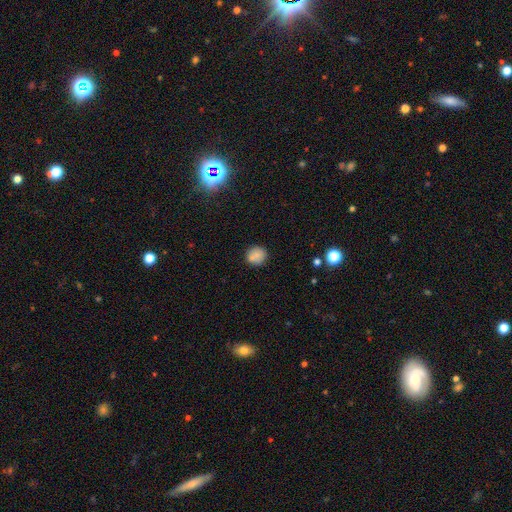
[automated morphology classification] Smooth or featured: smooth — 82% (star or artifact — 10%)
How rounded: round — 87% (in between — 12%)
Merging: none — 84% (minor disturbance — 11%)